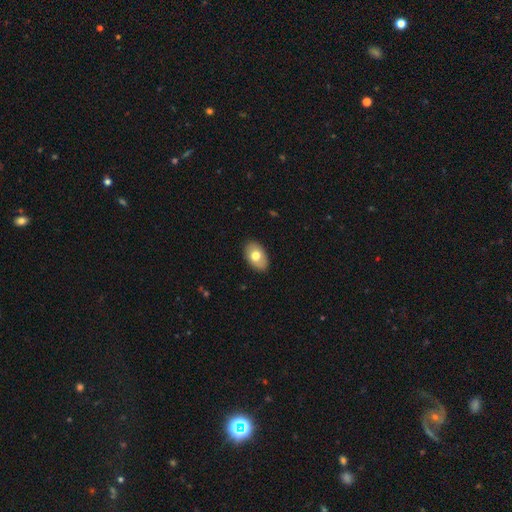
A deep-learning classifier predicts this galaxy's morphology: Smooth or featured? smooth (73%)
How rounded? in between (89%)
Merging? none (88%)